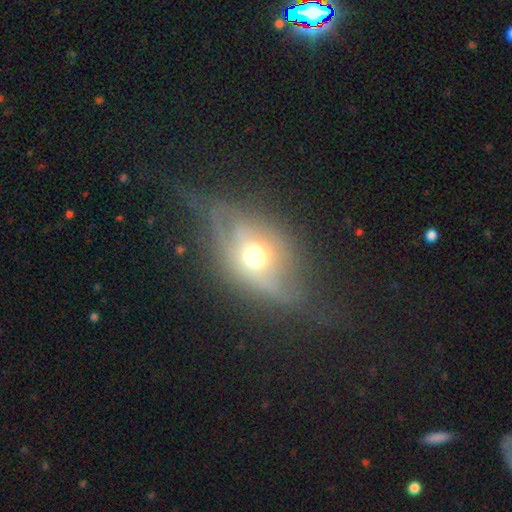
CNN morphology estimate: Smooth or featured? featured or disk (55%)
Edge-on disk? no (77%)
Merging? none (59%)